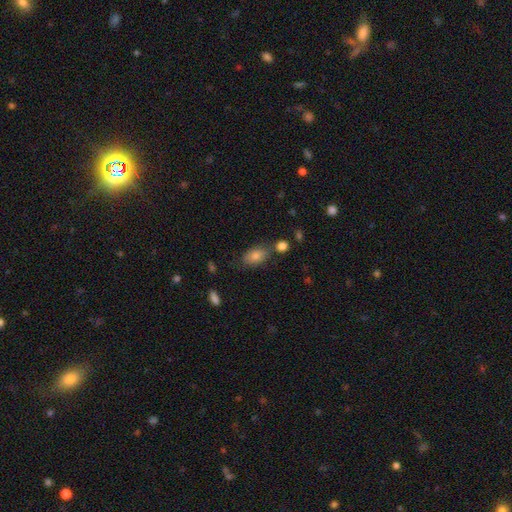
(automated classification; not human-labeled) smooth-or-featured: smooth: 78% | featured or disk: 11% | star or artifact: 10%
  how-rounded: in between: 88% | round: 9% | cigar-shaped: 3%
  merging: none: 71% | minor disturbance: 16% | merger: 8% | major disturbance: 4%